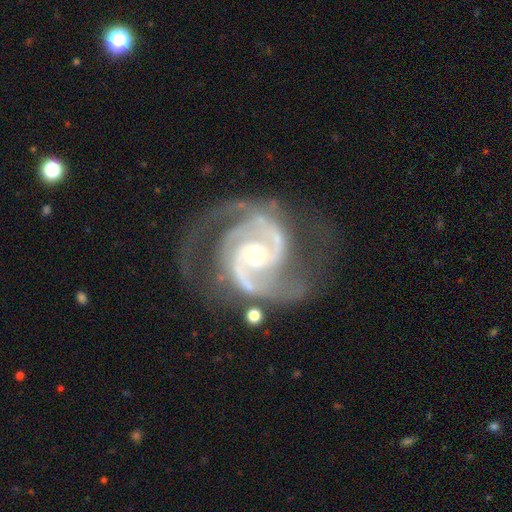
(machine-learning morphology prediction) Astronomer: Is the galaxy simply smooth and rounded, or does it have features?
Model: featured or disk — 93%.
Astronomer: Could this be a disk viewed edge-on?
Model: no — 98%.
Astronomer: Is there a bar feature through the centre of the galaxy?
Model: no — 62%.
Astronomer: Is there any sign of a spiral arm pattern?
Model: yes — 99%.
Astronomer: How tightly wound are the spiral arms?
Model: medium — 51% (runner-up: tight, 42%).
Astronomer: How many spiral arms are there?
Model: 2 — 73%.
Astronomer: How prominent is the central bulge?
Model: small — 49% (runner-up: moderate, 47%).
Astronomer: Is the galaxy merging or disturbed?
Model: none — 65%.